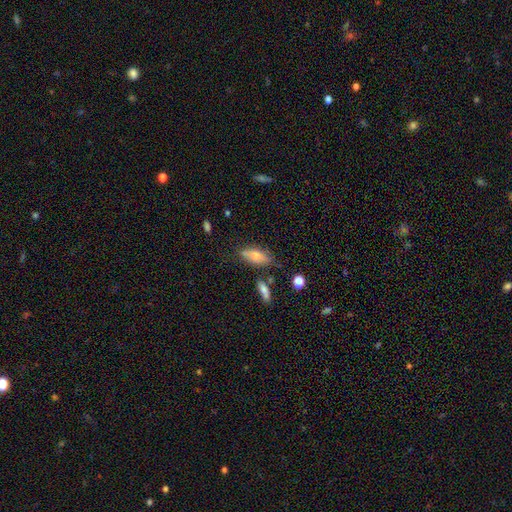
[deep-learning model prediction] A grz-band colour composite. It shows a smooth galaxy with no disk features (72%) that is in between round and cigar-shaped (77%). Merging: none (61%).